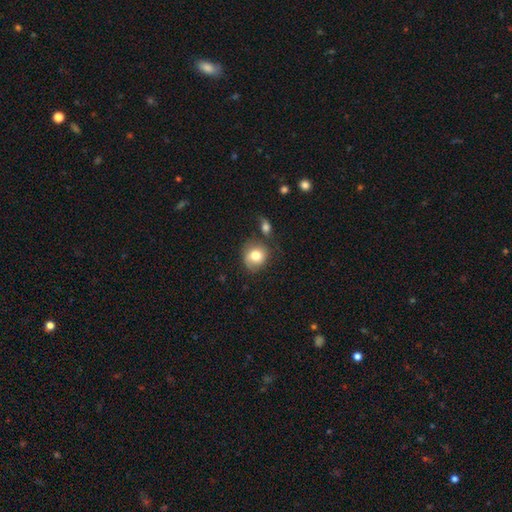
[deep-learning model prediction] A smooth galaxy with no disk features (78%) that is round (79%).

Vote fractions:
- Smooth or featured? smooth: 78% / featured or disk: 14% / star or artifact: 8%
- How rounded? round: 79% / in between: 20% / cigar-shaped: 1%
- Merging? none: 62% / minor disturbance: 20% / merger: 11% / major disturbance: 7%